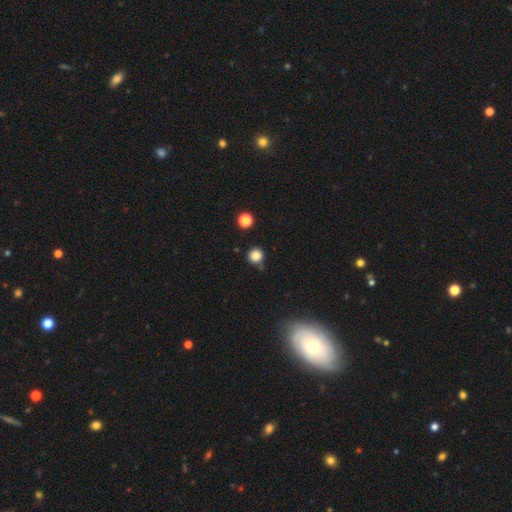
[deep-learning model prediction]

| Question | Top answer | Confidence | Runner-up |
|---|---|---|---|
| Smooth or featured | smooth | 84% | star or artifact (12%) |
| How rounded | round | 95% | in between (4%) |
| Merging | none | 84% | minor disturbance (9%) |